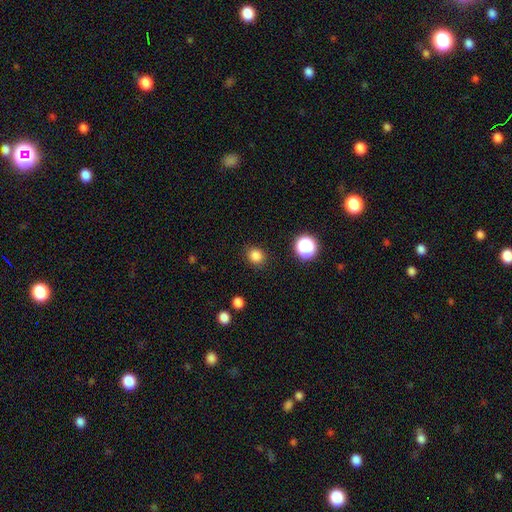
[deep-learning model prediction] Overall: smooth (83%). How rounded: round (83%). Merging: none (88%).